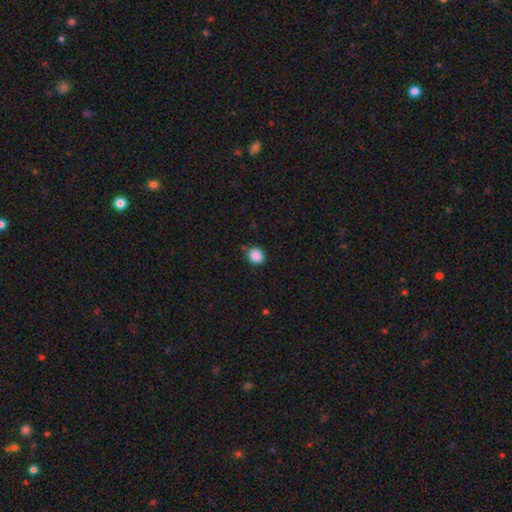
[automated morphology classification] This appears to be a smooth galaxy with no disk features (88%) that is round (74%). Merging: none (85%).